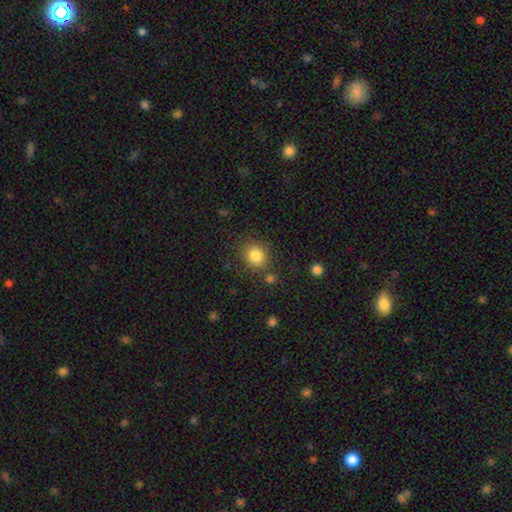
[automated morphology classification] This is clearly a smooth galaxy (84%). How rounded: clearly round (81%). Merging: clearly none (80%).